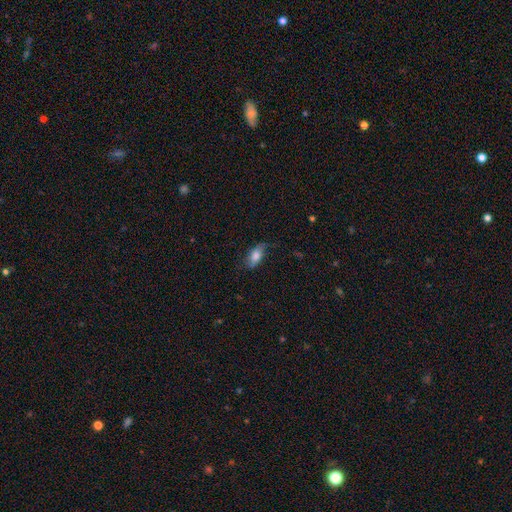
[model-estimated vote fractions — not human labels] Smooth or featured? smooth (70%)
How rounded? in between (84%)
Merging? none (68%)